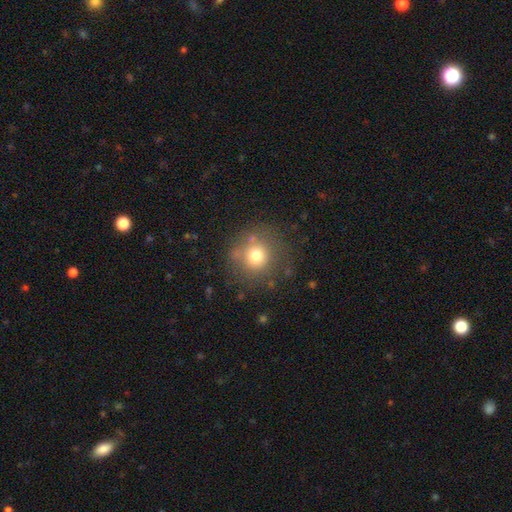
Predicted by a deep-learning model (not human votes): Smooth or featured? smooth (74%)
How rounded? round (92%)
Merging? none (78%)